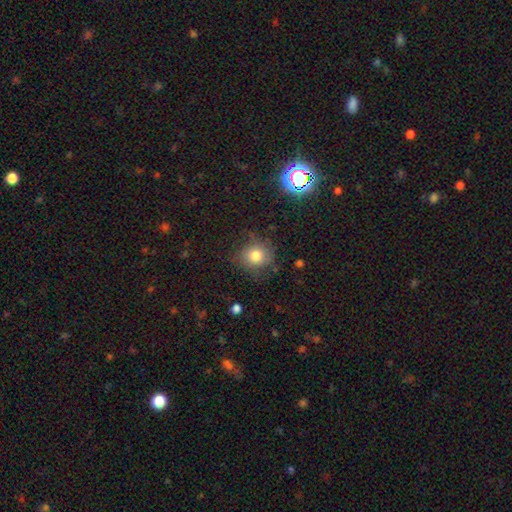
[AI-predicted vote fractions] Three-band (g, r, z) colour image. It shows a smooth galaxy with no disk features (75%) that is round (82%). Merging: none (74%).